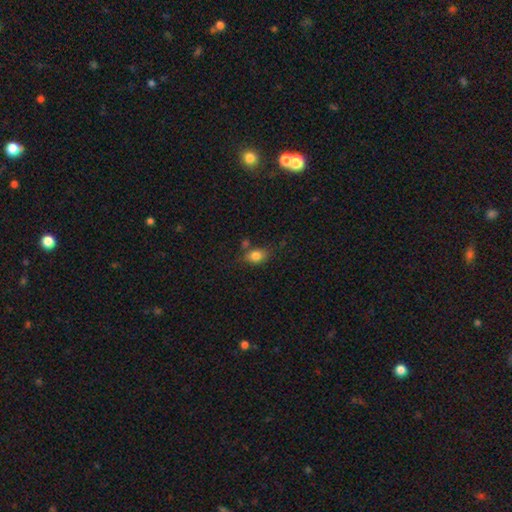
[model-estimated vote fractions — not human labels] Overall: smooth (82%). How rounded: in between (75%). Merging: none (63%).